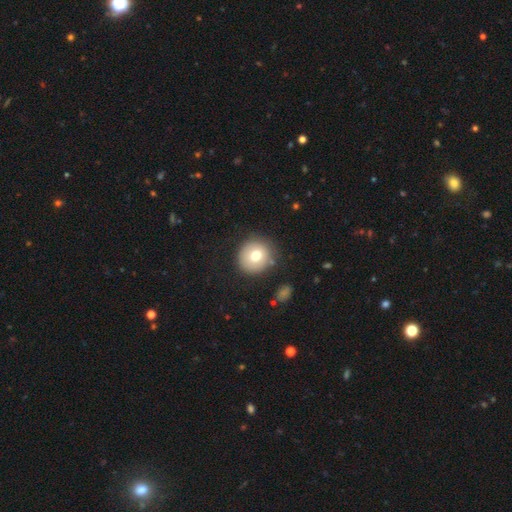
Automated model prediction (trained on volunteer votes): smooth-or-featured: smooth: 73% | featured or disk: 17% | star or artifact: 10%
  how-rounded: round: 90% | in between: 9% | cigar-shaped: 1%
  merging: none: 83% | minor disturbance: 11% | major disturbance: 4% | merger: 2%